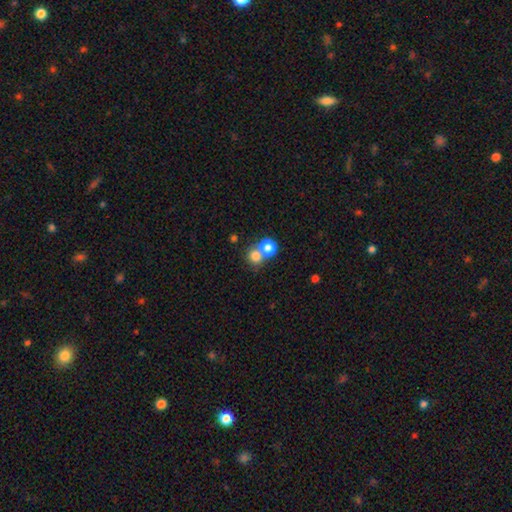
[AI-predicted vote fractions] This appears to be a smooth galaxy with no disk features (78%) that is round (84%). Merging: merger (46%).